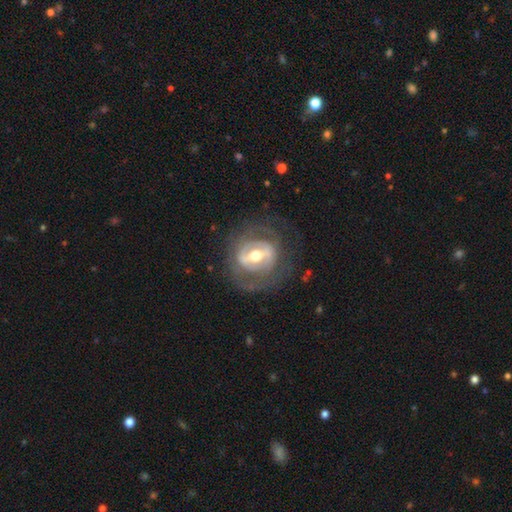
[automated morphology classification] This is likely a featured or disk galaxy (79%). It is clearly not viewed edge-on (94%). Bar: possibly strong (52%). Spiral arm pattern: possibly yes (59%). Central bulge: likely moderate (70%). Merging: likely none (70%).